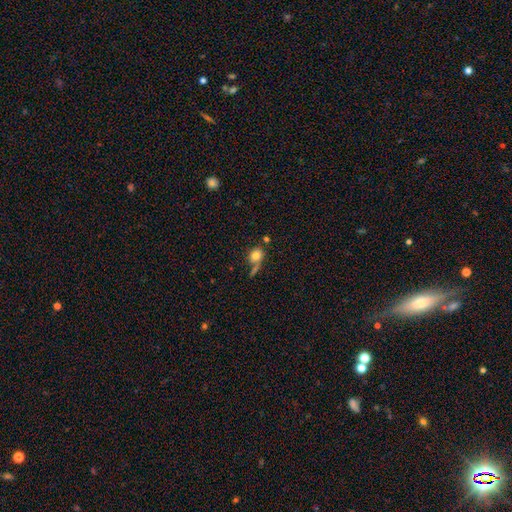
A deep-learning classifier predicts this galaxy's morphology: A smooth galaxy with no disk features (79%) that is round (59%). Merging: none (50%).